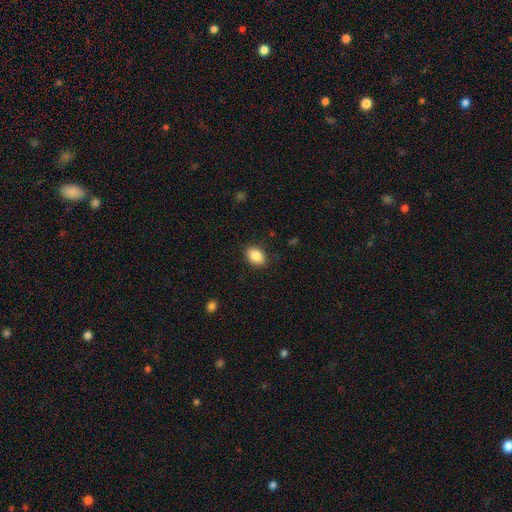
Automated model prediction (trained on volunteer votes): This is clearly a smooth galaxy (87%). How rounded: clearly in between (84%). Merging: clearly none (87%).